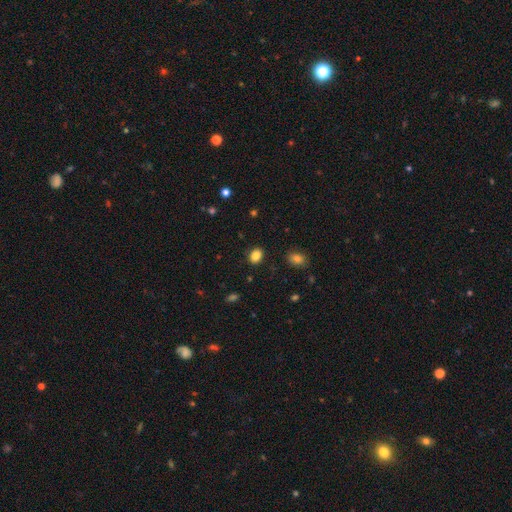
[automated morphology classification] Overall: smooth (85%). How rounded: in between (62%; round 37%). Merging: none (88%).